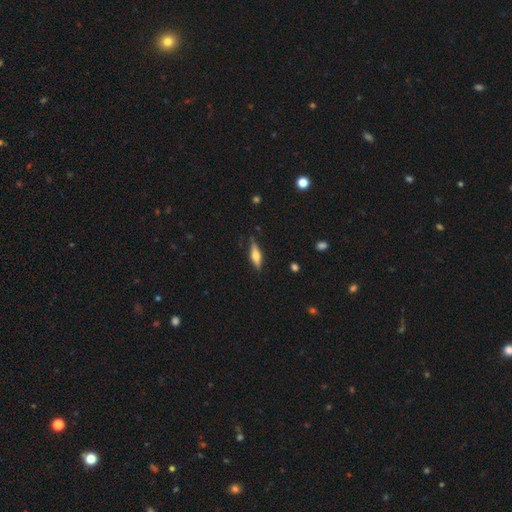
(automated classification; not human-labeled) Q: Smooth or featured?
A: featured or disk (47%); tied with: smooth (47%)
Q: Merging?
A: none (81%); runner-up: minor disturbance (15%)